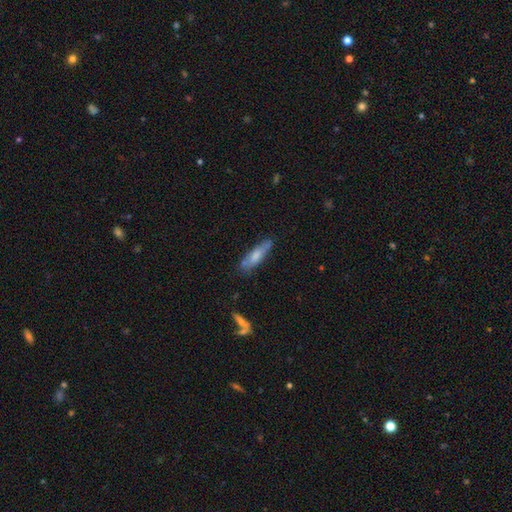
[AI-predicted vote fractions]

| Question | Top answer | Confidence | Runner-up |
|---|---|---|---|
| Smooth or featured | smooth | 63% | featured or disk (31%) |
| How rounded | cigar-shaped | 69% | in between (29%) |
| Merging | none | 68% | minor disturbance (23%) |